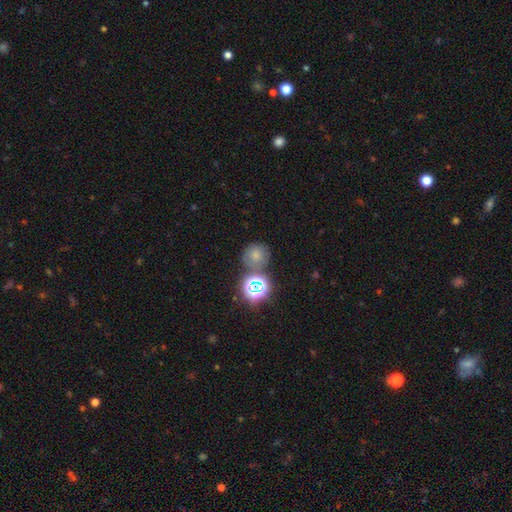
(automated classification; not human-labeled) A smooth galaxy with no disk features (65%) that is round (84%).

Vote fractions:
- Smooth or featured? smooth: 65% / star or artifact: 25% / featured or disk: 11%
- How rounded? round: 84% / in between: 15% / cigar-shaped: 1%
- Merging? none: 67% / merger: 15% / minor disturbance: 13% / major disturbance: 5%